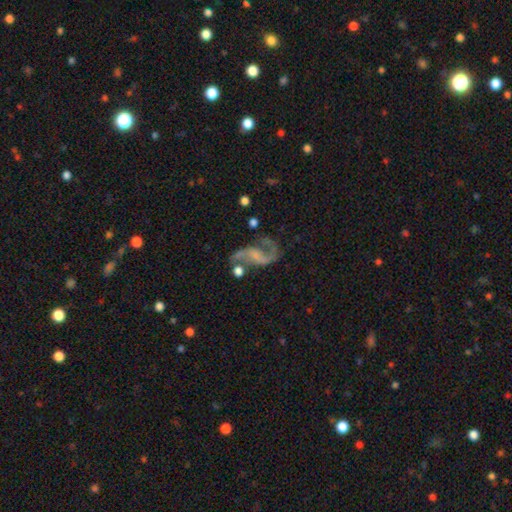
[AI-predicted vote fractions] A featured or disk galaxy (86%) with a weak bar (41%, tied with no), 2 (90%) loose (66%) spiral arms (94%) and no central bulge (54%).

Vote fractions:
- Smooth or featured? featured or disk: 86% / star or artifact: 7% / smooth: 7%
- Edge-on disk? no: 98% / yes: 2%
- Bar? weak: 41% (tied) / no: 41% (tied) / strong: 18%
- Spiral arms? yes: 94% / no: 6%
- Spiral winding? loose: 66% / medium: 28% / tight: 5%
- Spiral arm count? 2: 90% / 1: 4% / can't tell: 2% / 3: 1% / 4: 1% / more than 4: 1%
- Bulge size? none: 54% / small: 28% / moderate: 14% / large: 3% / dominant: 1%
- Merging? none: 53% / major disturbance: 19% / minor disturbance: 18% / merger: 10%